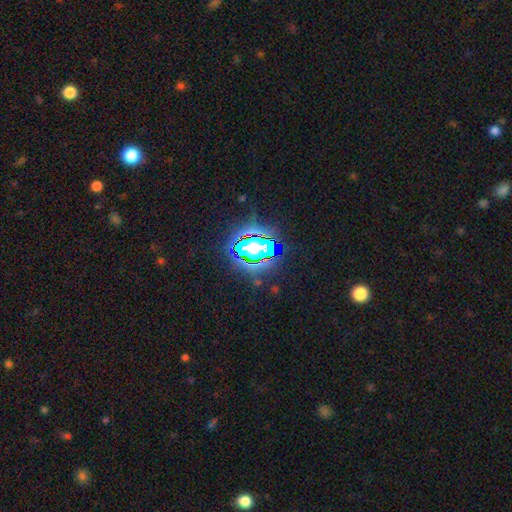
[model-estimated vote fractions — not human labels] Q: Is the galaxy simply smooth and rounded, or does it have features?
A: star or artifact — 84%.